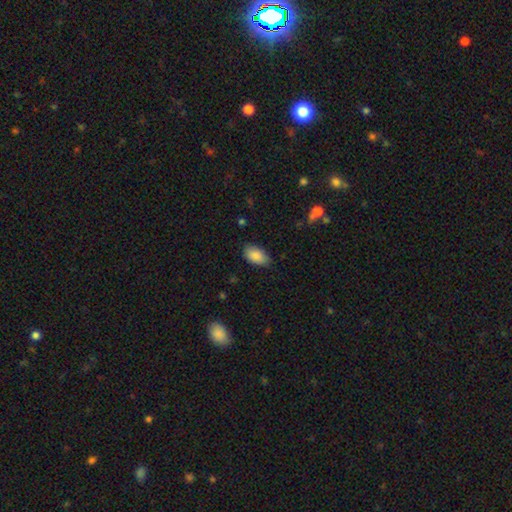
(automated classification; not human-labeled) Morphology: type=smooth (86%); roundness=in between (93%); merging=none (76%).